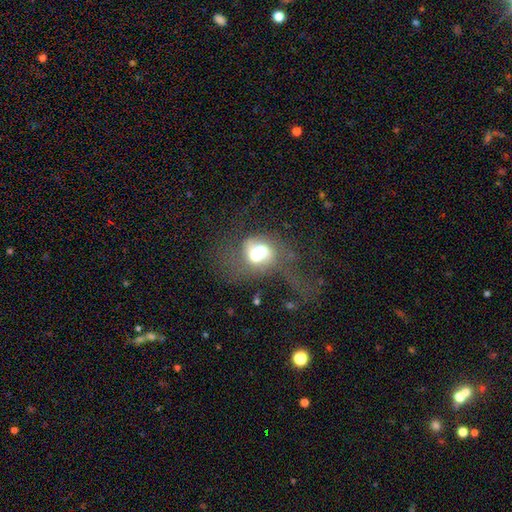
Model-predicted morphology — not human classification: Smooth or featured?
  - smooth: 45% *
  - featured or disk: 42%
  - star or artifact: 13%
Merging?
  - merger: 53% *
  - major disturbance: 21%
  - none: 16%
  - minor disturbance: 9%